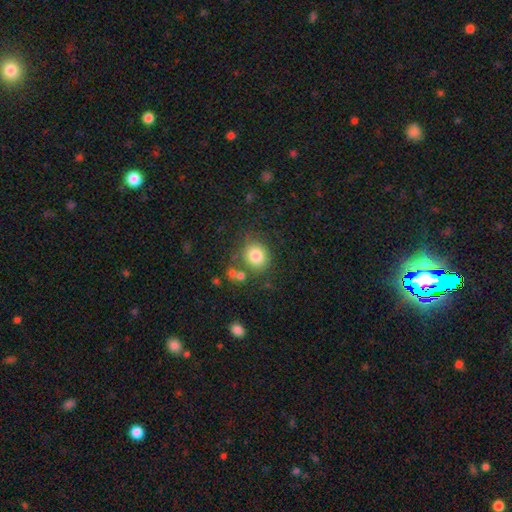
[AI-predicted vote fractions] This appears to be a smooth galaxy with no disk features (81%) that is round (80%). Merging: none (73%).